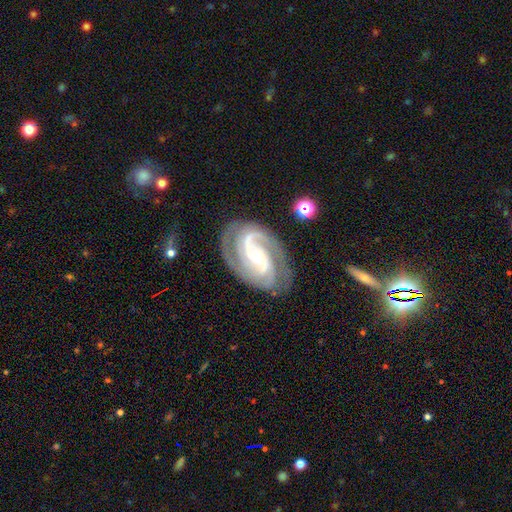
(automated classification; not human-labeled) A featured or disk galaxy (92%) with no bar (41%), 2 (52%) tight (51%) spiral arms (99%) and a small central bulge (54%). Merging: none (77%).